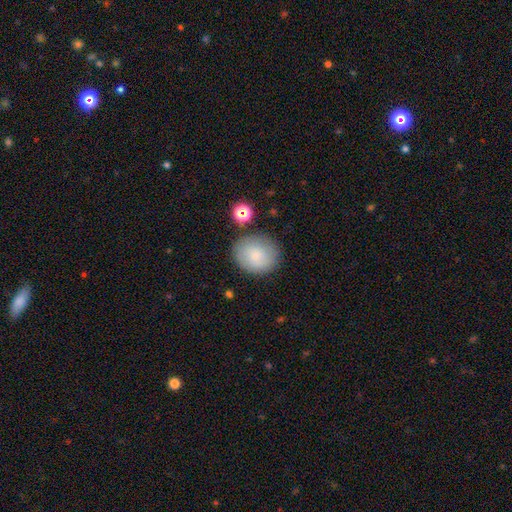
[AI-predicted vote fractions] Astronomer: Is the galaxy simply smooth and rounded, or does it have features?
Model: smooth — 81%.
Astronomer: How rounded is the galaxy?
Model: round — 72%.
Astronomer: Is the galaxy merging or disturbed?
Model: none — 78%.